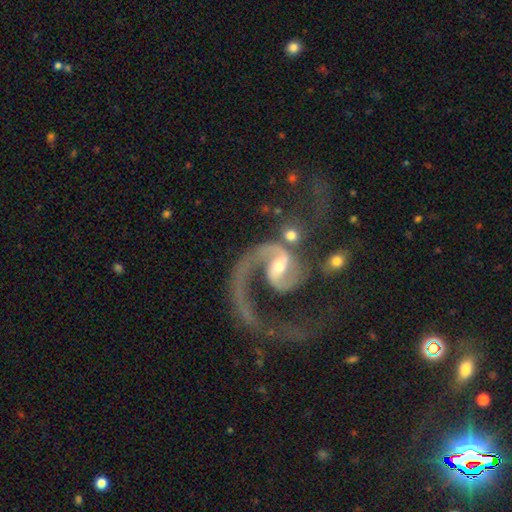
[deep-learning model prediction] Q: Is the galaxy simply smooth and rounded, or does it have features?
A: featured or disk — 91%.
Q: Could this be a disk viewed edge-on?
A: no — 98%.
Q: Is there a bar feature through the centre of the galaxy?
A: weak — 43%.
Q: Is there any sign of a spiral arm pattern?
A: yes — 96%.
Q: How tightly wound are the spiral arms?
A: medium — 47%.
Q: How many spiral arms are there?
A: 2 — 61%.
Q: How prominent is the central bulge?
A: small — 47%.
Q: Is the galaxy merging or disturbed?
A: major disturbance — 35%.